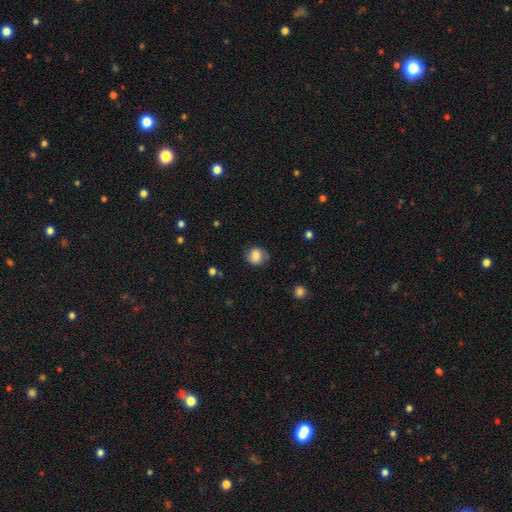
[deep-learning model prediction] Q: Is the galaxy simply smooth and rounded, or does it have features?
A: smooth — 74%.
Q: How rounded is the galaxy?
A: round — 69%.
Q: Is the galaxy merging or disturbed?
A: none — 75%.